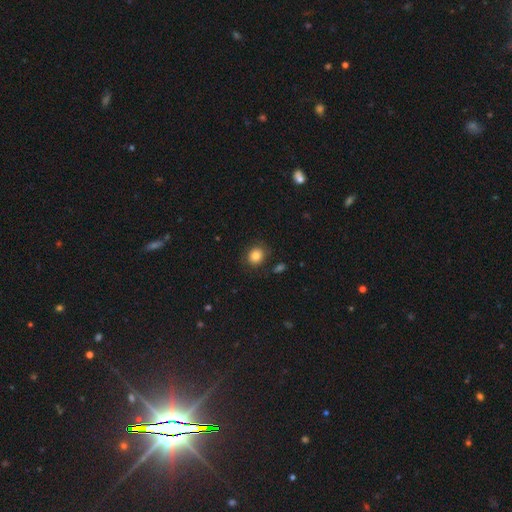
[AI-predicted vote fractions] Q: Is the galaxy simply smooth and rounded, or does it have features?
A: smooth — 82%.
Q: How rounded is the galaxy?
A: round — 73%.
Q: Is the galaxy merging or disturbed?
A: none — 83%.